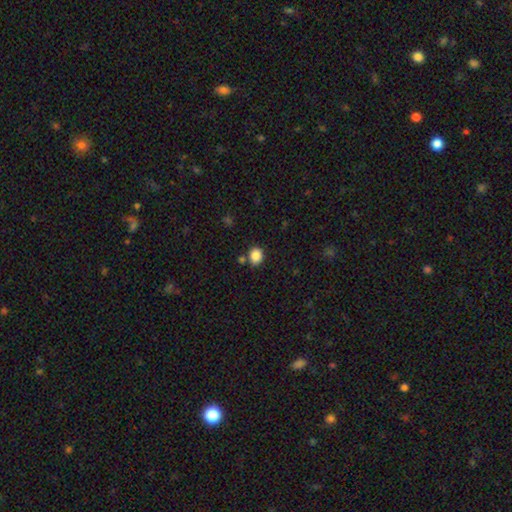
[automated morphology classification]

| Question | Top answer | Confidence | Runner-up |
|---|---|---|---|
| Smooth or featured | smooth | 86% | star or artifact (10%) |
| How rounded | round | 56% | in between (43%) |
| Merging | none | 77% | minor disturbance (11%) |